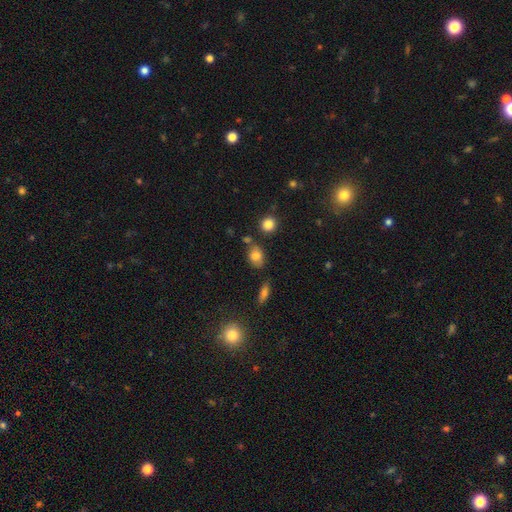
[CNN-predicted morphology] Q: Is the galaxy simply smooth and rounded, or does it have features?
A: smooth — 79%.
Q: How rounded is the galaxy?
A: in between — 72%.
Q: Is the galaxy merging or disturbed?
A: none — 69%.